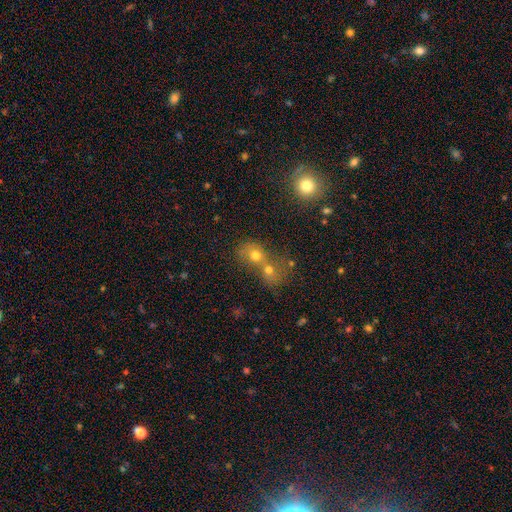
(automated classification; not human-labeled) smooth-or-featured: smooth: 66% | featured or disk: 18% | star or artifact: 16%
  how-rounded: round: 67% | in between: 31% | cigar-shaped: 1%
  merging: merger: 69% | none: 22% | minor disturbance: 5% | major disturbance: 4%